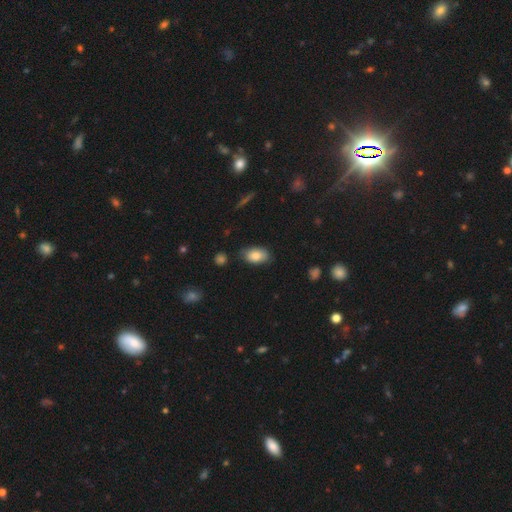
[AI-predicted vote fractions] Smooth or featured: smooth — 82% (featured or disk — 11%)
How rounded: in between — 92% (round — 6%)
Merging: none — 76% (minor disturbance — 18%)